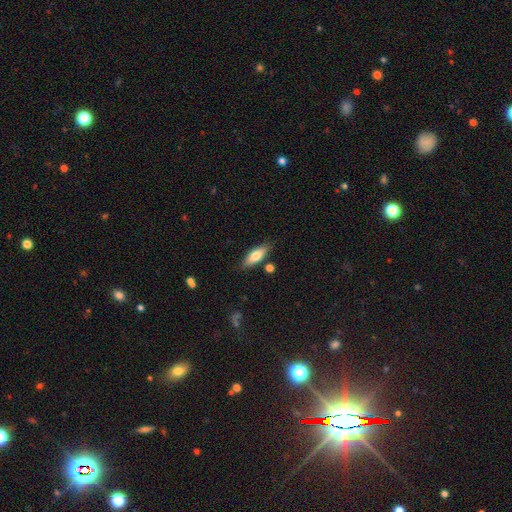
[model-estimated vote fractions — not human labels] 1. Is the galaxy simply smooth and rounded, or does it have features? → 73% smooth, 20% featured or disk, 6% star or artifact.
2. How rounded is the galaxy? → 65% in between, 33% cigar-shaped, 2% round.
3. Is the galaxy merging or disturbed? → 81% none, 12% minor disturbance, 4% merger, 3% major disturbance.